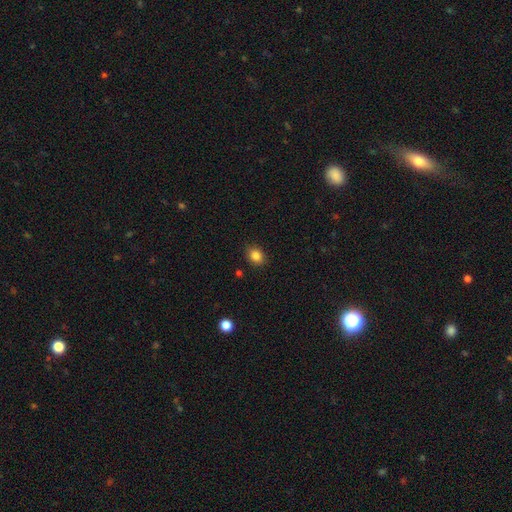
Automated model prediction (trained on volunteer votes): smooth_or_featured: smooth (p=0.85) [alt: star or artifact p=0.10]
how_rounded: round (p=0.53) [alt: in between p=0.46]
merging: none (p=0.87) [alt: minor disturbance p=0.10]